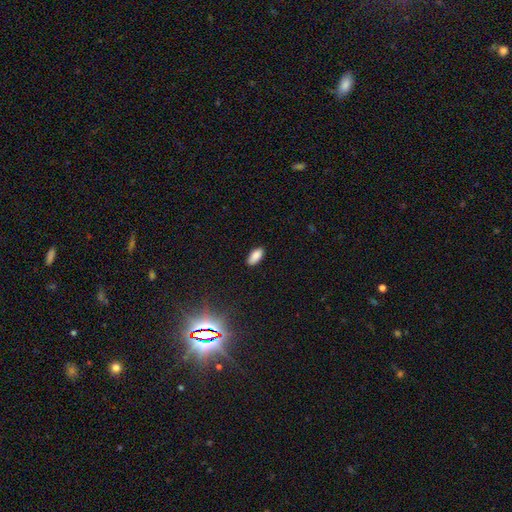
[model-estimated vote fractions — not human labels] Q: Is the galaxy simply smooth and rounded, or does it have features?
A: smooth — 86%.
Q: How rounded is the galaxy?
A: in between — 89%.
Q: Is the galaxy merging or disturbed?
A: none — 85%.